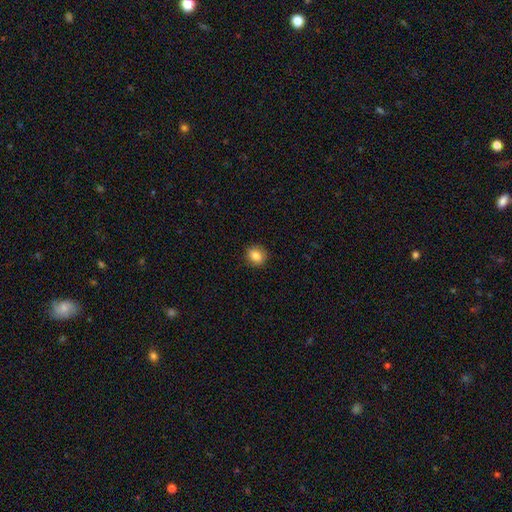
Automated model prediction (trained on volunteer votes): Smooth or featured?
  - smooth: 84% *
  - star or artifact: 10%
  - featured or disk: 6%
How rounded?
  - round: 73% *
  - in between: 26%
  - cigar-shaped: 1%
Merging?
  - none: 90% *
  - minor disturbance: 7%
  - major disturbance: 2%
  - merger: 1%